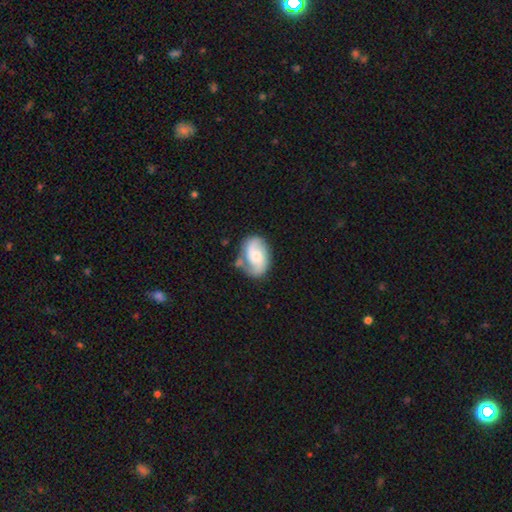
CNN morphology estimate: Smooth or featured? featured or disk (70%)
Edge-on disk? no (97%)
Bar? no (58%)
Spiral arms? yes (93%)
Spiral winding? medium (45%)
Spiral arm count? 2 (87%)
Bulge size? moderate (48%)
Merging? none (64%)